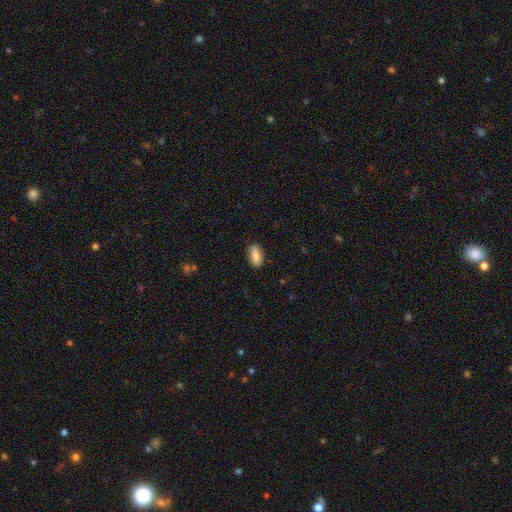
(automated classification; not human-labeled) Smooth or featured? Predicted: smooth (p=0.83). How rounded? Predicted: in between (p=0.84). Merging? Predicted: none (p=0.84).